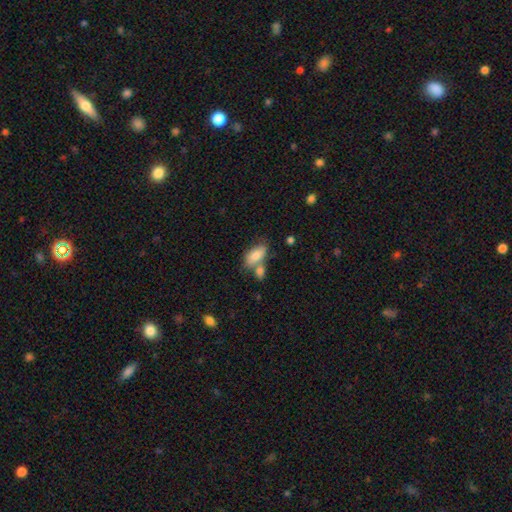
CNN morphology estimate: A smooth galaxy with no disk features (77%) that is in between round and cigar-shaped (90%). Merging: none (42%).